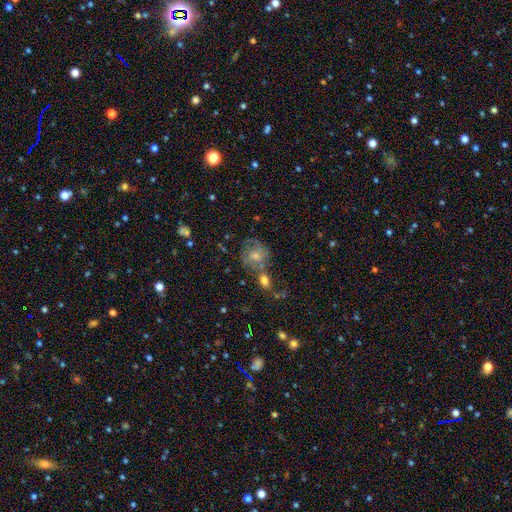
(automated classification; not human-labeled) Overall: featured or disk (55%; smooth 28%). Edge-on disk: no (96%). Bar: no (63%; weak 31%). Spiral arms: yes (79%). Bulge size: moderate (53%; small 36%). Merging: none (50%; merger 22%).